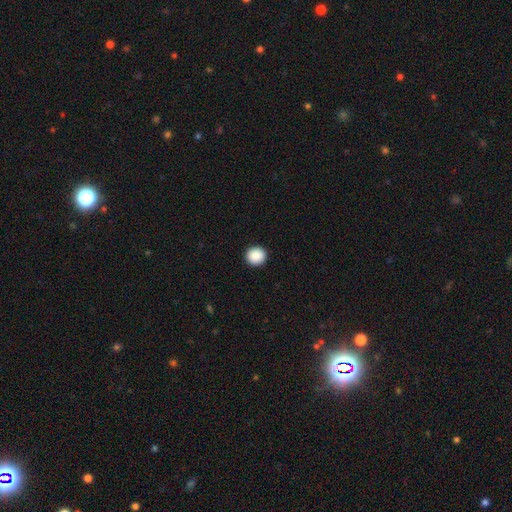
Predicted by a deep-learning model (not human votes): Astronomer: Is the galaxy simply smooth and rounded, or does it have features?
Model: smooth — 89%.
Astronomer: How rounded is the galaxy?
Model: round — 89%.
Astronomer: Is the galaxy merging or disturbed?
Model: none — 93%.